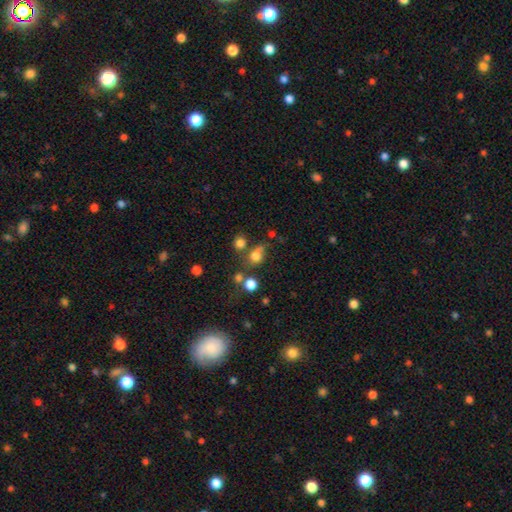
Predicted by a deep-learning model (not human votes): A smooth galaxy with no disk features (74%) that is round (69%). Merging: none (49%).